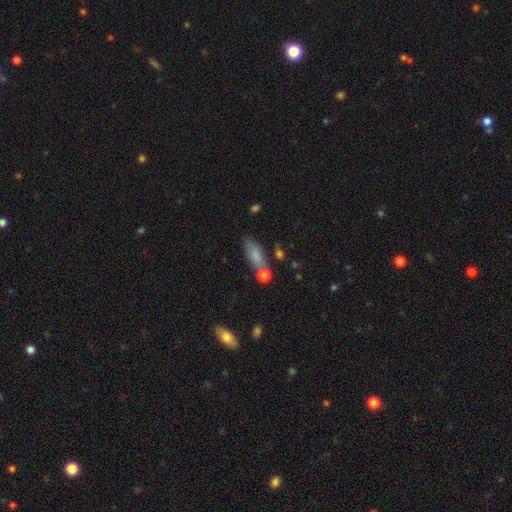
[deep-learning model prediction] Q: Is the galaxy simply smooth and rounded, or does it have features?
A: smooth — 77%.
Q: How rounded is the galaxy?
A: in between — 72%.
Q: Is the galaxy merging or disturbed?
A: none — 58%.